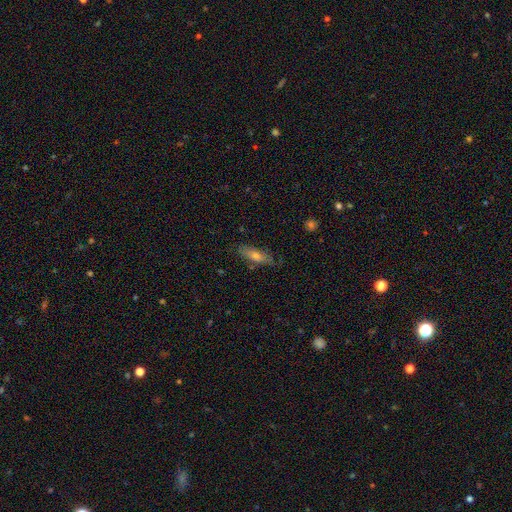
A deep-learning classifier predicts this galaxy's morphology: The model was most divided on "how rounded": cigar-shaped: 54%, in between: 43%, round: 3%. More confident: merging — none (81%); smooth or featured — smooth (54%).